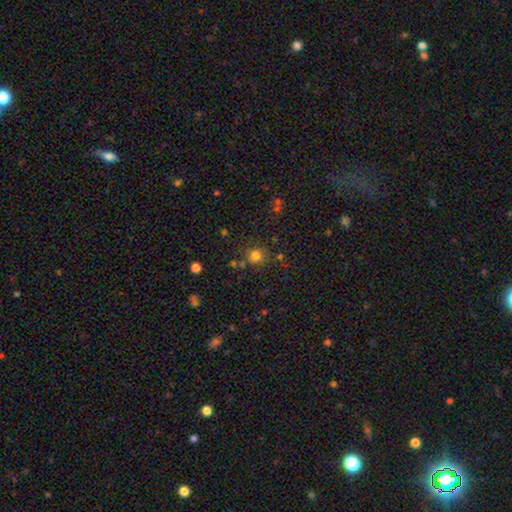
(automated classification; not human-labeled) Morphology: type=smooth (77%); roundness=round (90%); merging=none (78%).